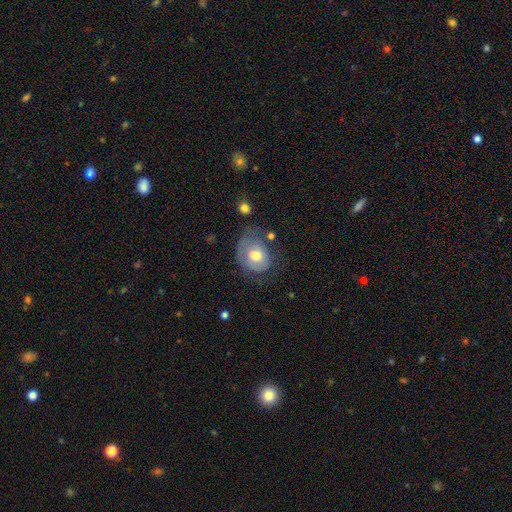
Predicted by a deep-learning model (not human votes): This is possibly a smooth galaxy (56%). How rounded: possibly in between (51%). Merging: marginally none (39%).